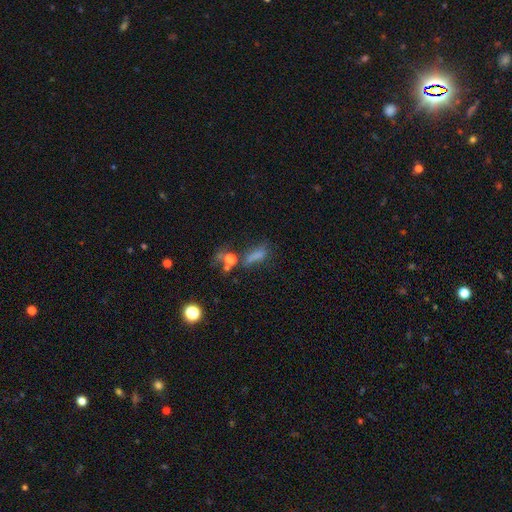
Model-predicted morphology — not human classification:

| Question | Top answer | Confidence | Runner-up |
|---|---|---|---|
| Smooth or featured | smooth | 62% | star or artifact (22%) |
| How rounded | in between | 44% | cigar-shaped (42%) |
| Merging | none | 42% | major disturbance (21%) |